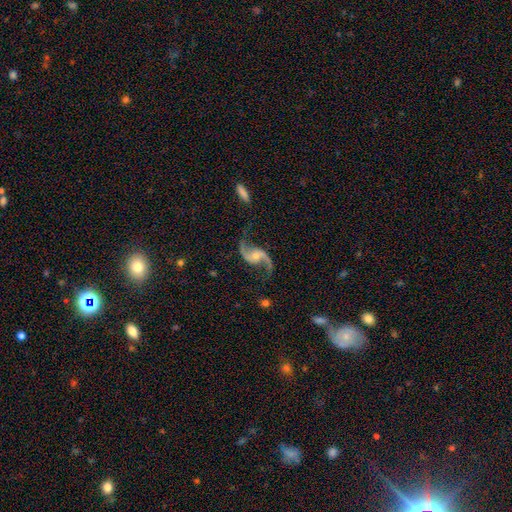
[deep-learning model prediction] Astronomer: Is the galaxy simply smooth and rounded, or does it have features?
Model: featured or disk — 92%.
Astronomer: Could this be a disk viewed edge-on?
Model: no — 98%.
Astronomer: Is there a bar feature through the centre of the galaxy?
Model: no — 58%.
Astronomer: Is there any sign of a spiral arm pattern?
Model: yes — 98%.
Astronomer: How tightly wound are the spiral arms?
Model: loose — 83%.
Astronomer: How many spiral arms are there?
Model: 2 — 94%.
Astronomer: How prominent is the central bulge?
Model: small — 51% (runner-up: moderate, 40%).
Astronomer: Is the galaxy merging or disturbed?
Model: none — 77%.